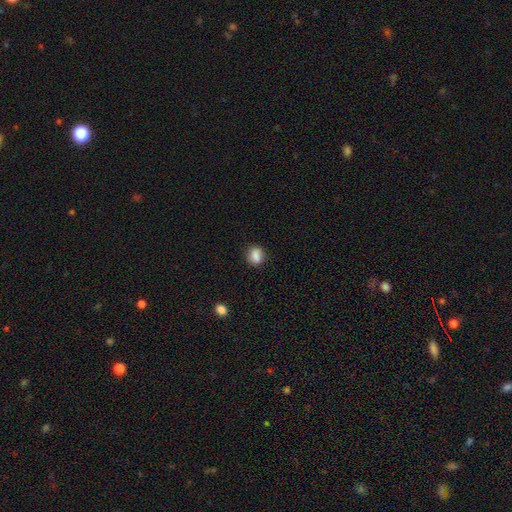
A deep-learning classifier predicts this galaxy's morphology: A smooth galaxy with no disk features (85%) that is round (58%). Merging: none (82%).